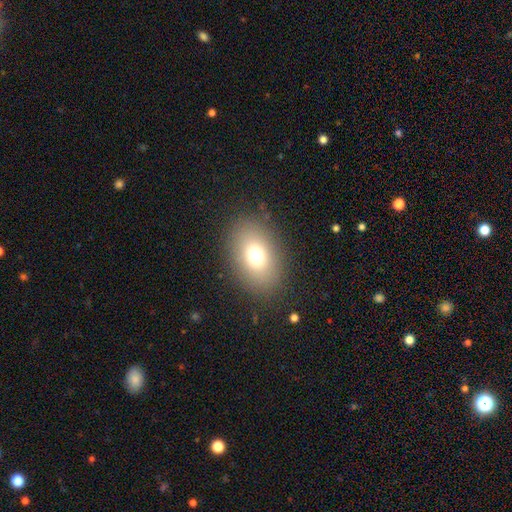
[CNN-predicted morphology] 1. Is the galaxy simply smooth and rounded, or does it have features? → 73% smooth, 14% featured or disk, 13% star or artifact.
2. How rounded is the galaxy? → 79% in between, 20% round, 1% cigar-shaped.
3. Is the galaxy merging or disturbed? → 85% none, 9% minor disturbance, 5% major disturbance, 1% merger.